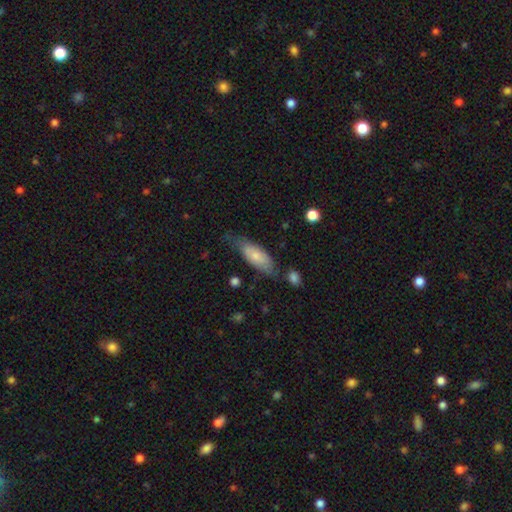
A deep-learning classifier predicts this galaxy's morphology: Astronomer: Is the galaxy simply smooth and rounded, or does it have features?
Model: smooth — 71%.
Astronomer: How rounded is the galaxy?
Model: in between — 71%.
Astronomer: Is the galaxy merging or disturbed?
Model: none — 53% (runner-up: minor disturbance, 31%).